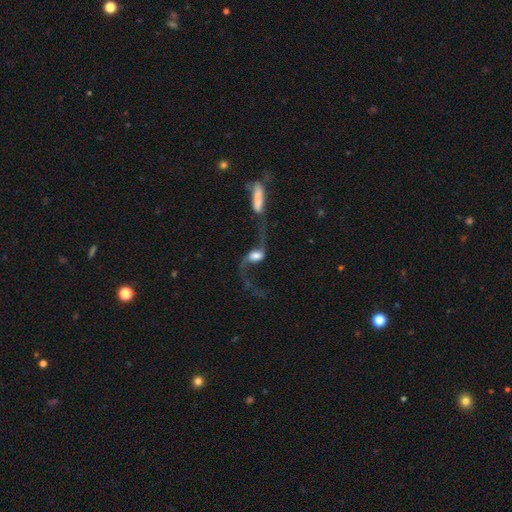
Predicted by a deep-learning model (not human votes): Q: Smooth or featured?
A: featured or disk (76%); runner-up: smooth (16%)
Q: Edge-on disk?
A: no (91%); runner-up: yes (9%)
Q: Bar?
A: no (46%); runner-up: weak (34%)
Q: Spiral arms?
A: yes (90%); runner-up: no (10%)
Q: Spiral winding?
A: loose (93%); runner-up: medium (6%)
Q: Spiral arm count?
A: 2 (89%); runner-up: 1 (6%)
Q: Bulge size?
A: large (37%); runner-up: moderate (33%)
Q: Merging?
A: none (34%); runner-up: merger (33%)